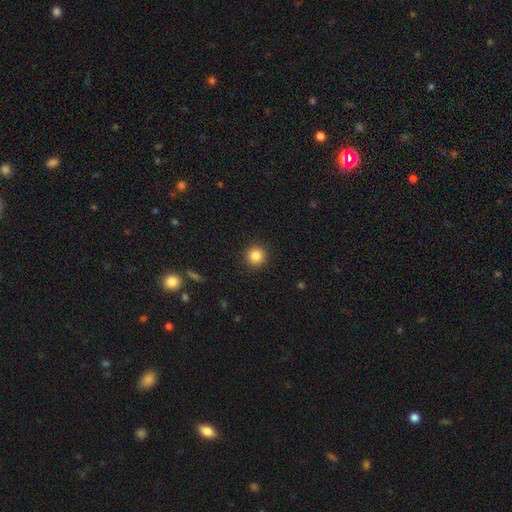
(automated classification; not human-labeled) smooth 85%, star or artifact 10%, featured or disk 5%. Down the decision tree: how rounded — round (95%); merging — none (92%).